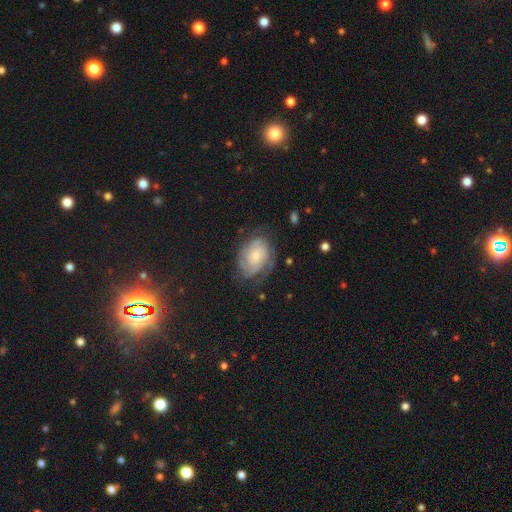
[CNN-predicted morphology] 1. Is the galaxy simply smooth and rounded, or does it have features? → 72% featured or disk, 21% smooth, 7% star or artifact.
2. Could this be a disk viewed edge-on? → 97% no, 3% yes.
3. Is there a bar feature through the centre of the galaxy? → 74% no, 22% weak, 4% strong.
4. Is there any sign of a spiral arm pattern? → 92% yes, 8% no.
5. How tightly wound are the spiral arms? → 61% tight, 30% medium, 9% loose.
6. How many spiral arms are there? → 35% can't tell, 32% 2, 17% 3, 6% 1, 6% 4, 4% more than 4.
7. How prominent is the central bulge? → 54% small, 30% moderate, 8% none, 7% large, 2% dominant.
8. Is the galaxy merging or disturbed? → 64% none, 22% minor disturbance, 12% major disturbance, 1% merger.